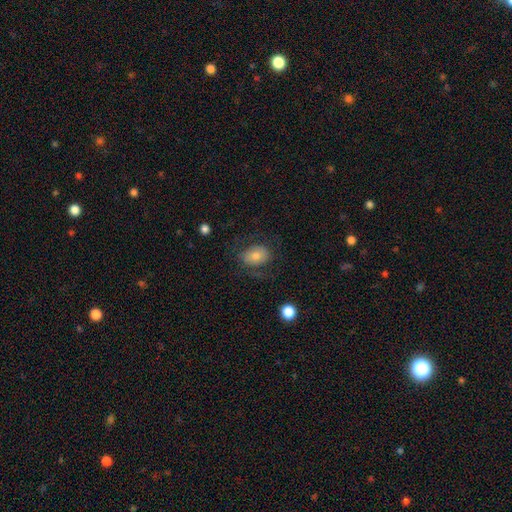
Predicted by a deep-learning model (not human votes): smooth_or_featured: smooth (p=0.64) [alt: featured or disk p=0.26]
how_rounded: in between (p=0.66) [alt: round p=0.33]
merging: none (p=0.68) [alt: minor disturbance p=0.16]